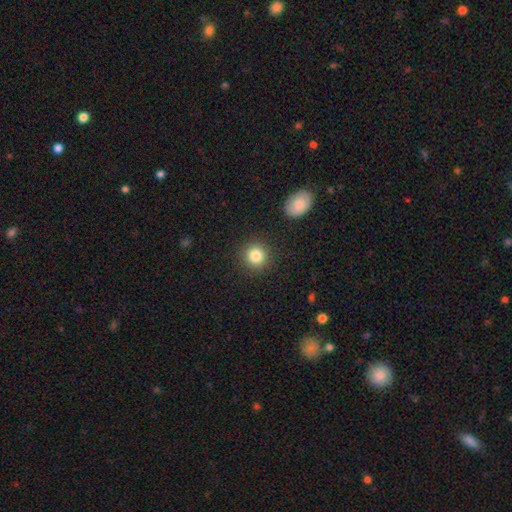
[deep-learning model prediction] Overall: smooth (84%). How rounded: round (92%). Merging: none (90%).